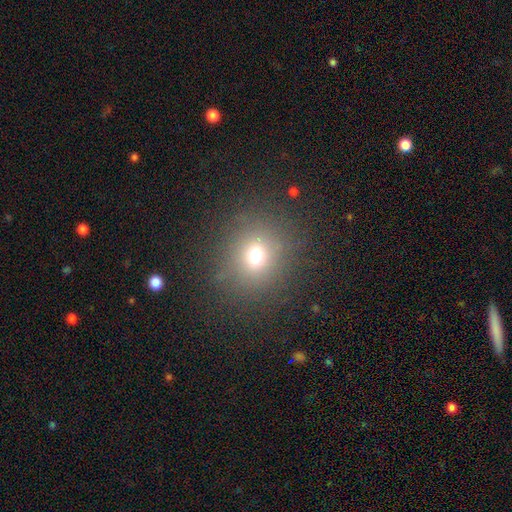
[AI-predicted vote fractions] Smooth or featured? smooth (67%)
How rounded? round (78%)
Merging? none (82%)